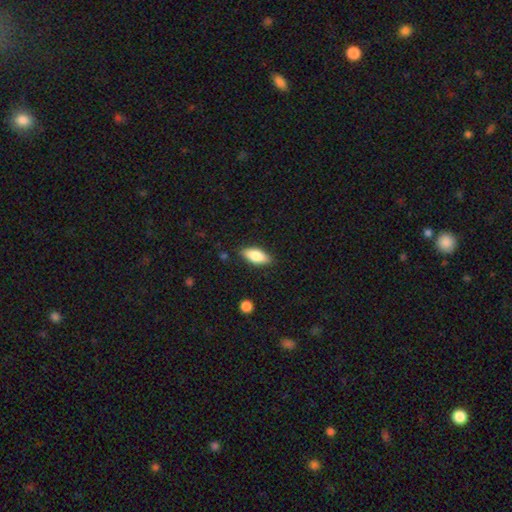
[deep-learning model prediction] Morphology: type=smooth (80%); roundness=in between (84%); merging=none (85%).